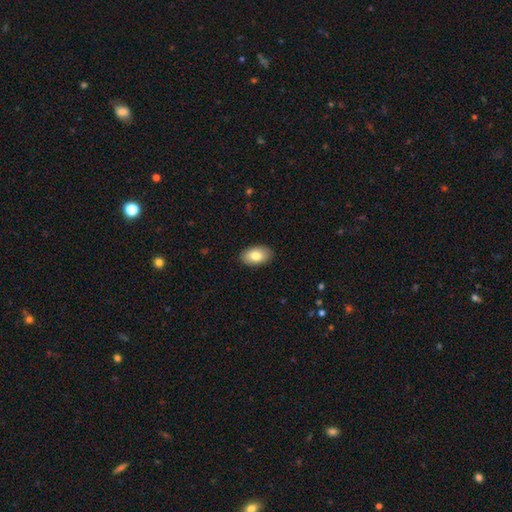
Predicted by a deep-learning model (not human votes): Q: Smooth or featured?
A: smooth (80%); runner-up: featured or disk (13%)
Q: How rounded?
A: in between (93%); runner-up: round (6%)
Q: Merging?
A: none (89%); runner-up: minor disturbance (8%)